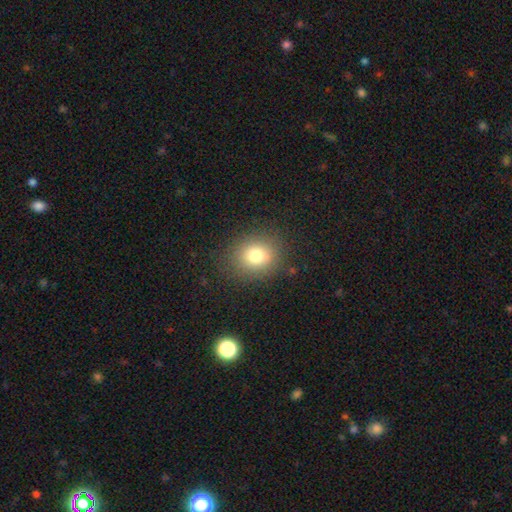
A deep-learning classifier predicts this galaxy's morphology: Smooth or featured? smooth (78%)
How rounded? round (74%)
Merging? none (86%)